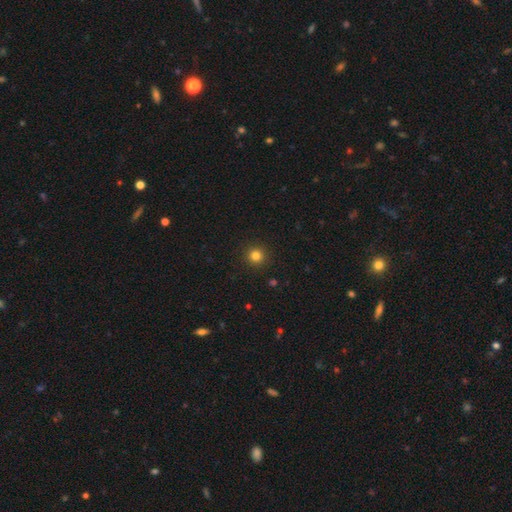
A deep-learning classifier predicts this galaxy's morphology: smooth-or-featured: smooth: 82% | star or artifact: 14% | featured or disk: 5%
  how-rounded: round: 95% | in between: 4% | cigar-shaped: 1%
  merging: none: 92% | minor disturbance: 5% | major disturbance: 2% | merger: 1%